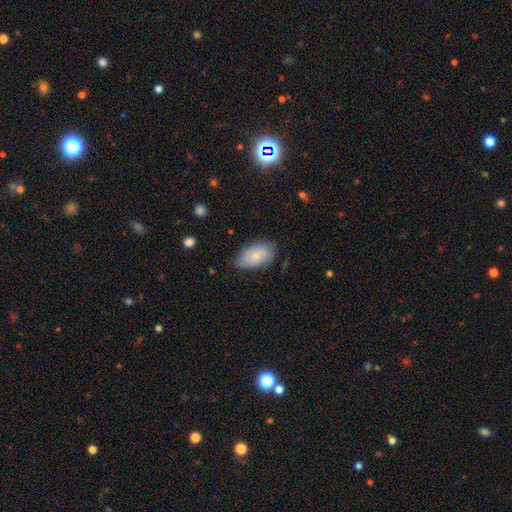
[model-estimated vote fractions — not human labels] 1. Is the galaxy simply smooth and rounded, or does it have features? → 68% smooth, 26% featured or disk, 7% star or artifact.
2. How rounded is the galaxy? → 93% in between, 5% round, 2% cigar-shaped.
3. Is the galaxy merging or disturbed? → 64% none, 29% minor disturbance, 5% major disturbance, 2% merger.